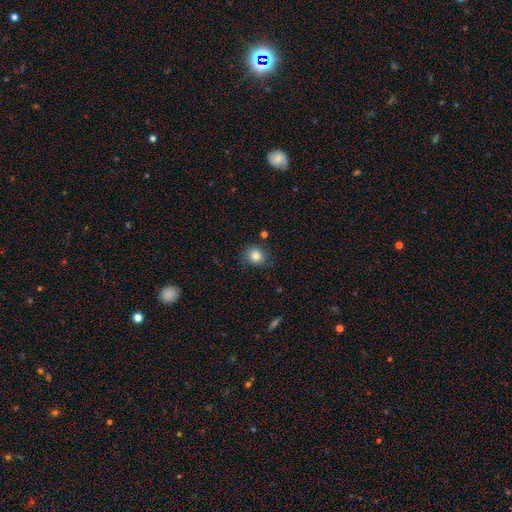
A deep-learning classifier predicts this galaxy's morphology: A smooth galaxy with no disk features (84%) that is round (79%). Merging: none (83%).